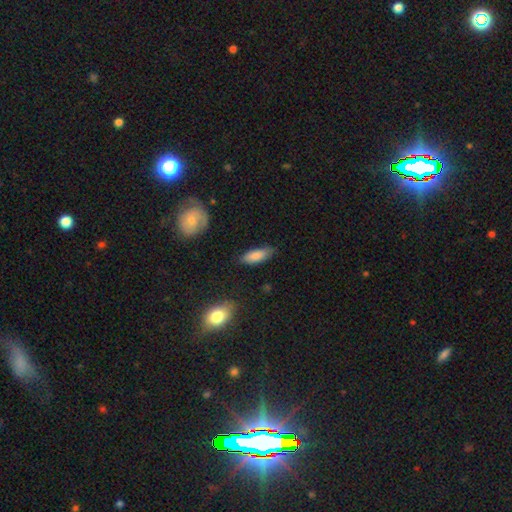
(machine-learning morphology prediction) A smooth galaxy with no disk features (84%) that is in between round and cigar-shaped (68%). Merging: none (75%).